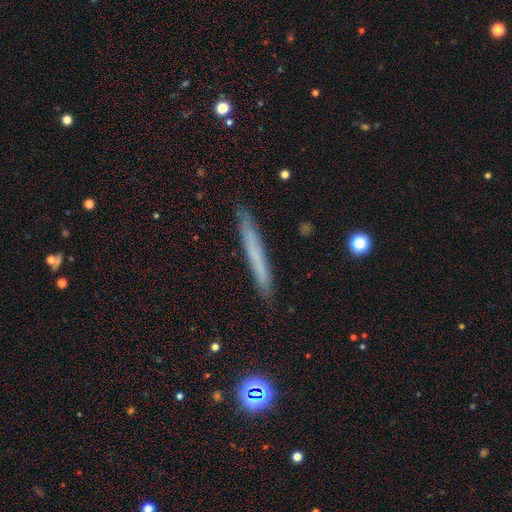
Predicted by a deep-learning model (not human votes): A smooth galaxy with no disk features (58%) that is cigar-shaped (97%).

Vote fractions:
- Smooth or featured? smooth: 58% / featured or disk: 34% / star or artifact: 8%
- How rounded? cigar-shaped: 97% / in between: 2% / round: 1%
- Merging? none: 89% / minor disturbance: 8% / major disturbance: 1% / merger: 1%